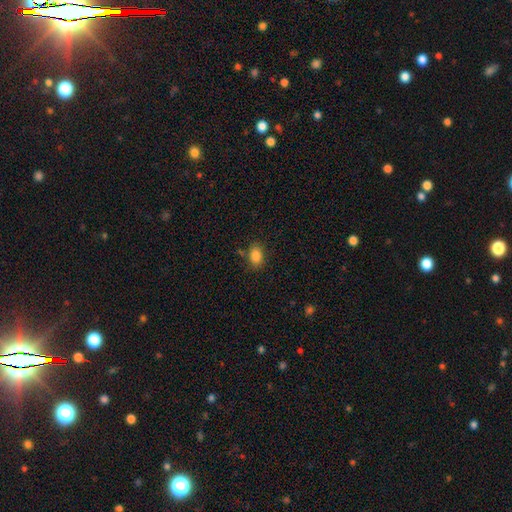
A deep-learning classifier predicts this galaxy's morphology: smooth 85%, star or artifact 10%, featured or disk 5%. Down the decision tree: how rounded — in between (78%); merging — none (79%).